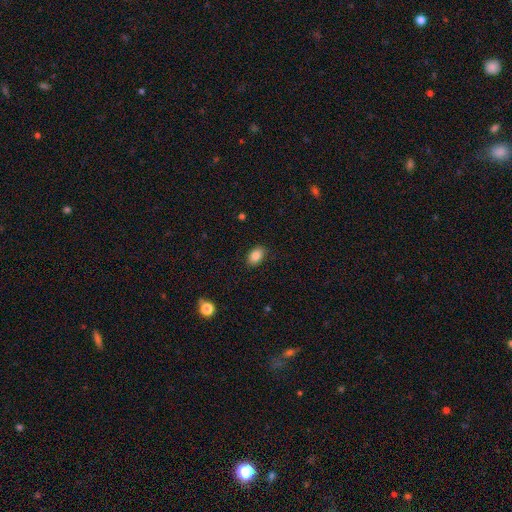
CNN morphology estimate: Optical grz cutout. It shows a smooth galaxy with no disk features (85%) that is in between round and cigar-shaped (88%). Merging: none (87%).